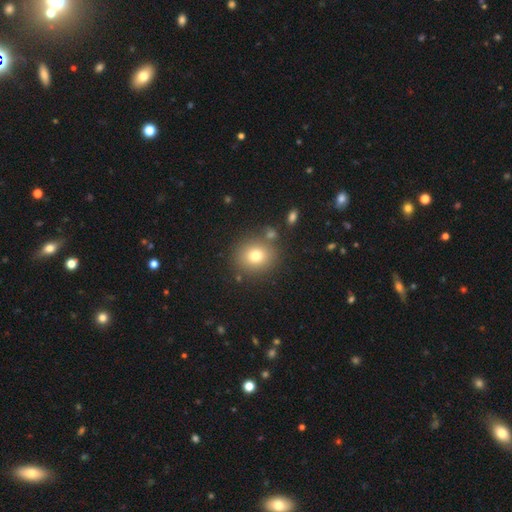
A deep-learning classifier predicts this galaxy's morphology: This is likely a smooth galaxy (76%). How rounded: clearly round (82%). Merging: clearly none (80%).